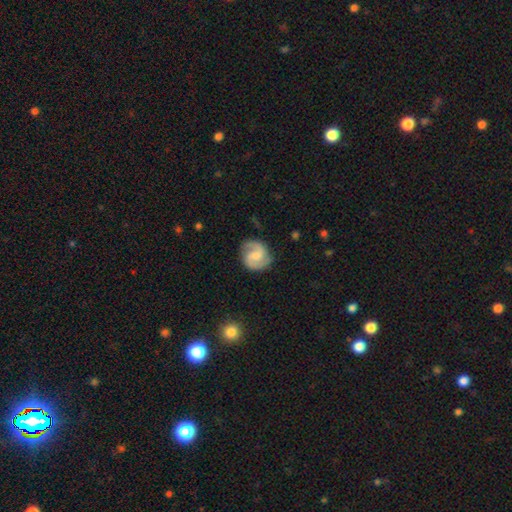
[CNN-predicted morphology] This is clearly a featured or disk galaxy (80%). It is clearly not viewed edge-on (98%). Bar: possibly weak (51%). Spiral arm pattern: clearly yes (97%). Spiral arm count: clearly 2 (92%). Spiral winding: possibly medium (55%). Central bulge: marginally small (38%). Merging: clearly none (83%).